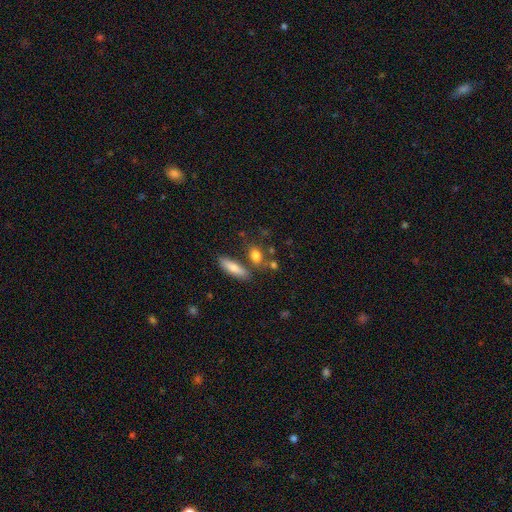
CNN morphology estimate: This appears to be a smooth galaxy with no disk features (78%) that is in between round and cigar-shaped (62%). Merging: none (63%).